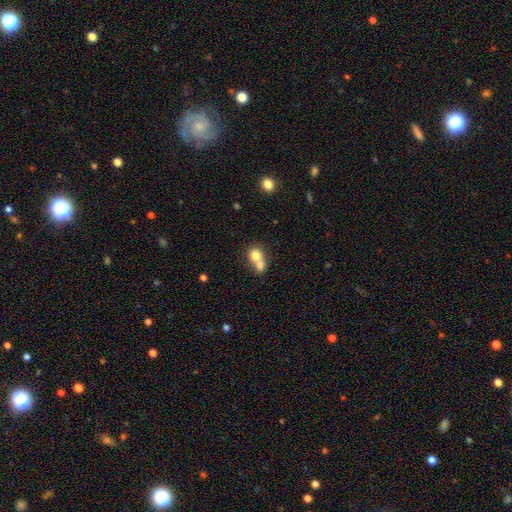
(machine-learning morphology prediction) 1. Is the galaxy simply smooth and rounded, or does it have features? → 74% smooth, 17% featured or disk, 9% star or artifact.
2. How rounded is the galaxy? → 72% round, 27% in between, 1% cigar-shaped.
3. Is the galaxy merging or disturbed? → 69% merger, 23% none, 5% minor disturbance, 3% major disturbance.